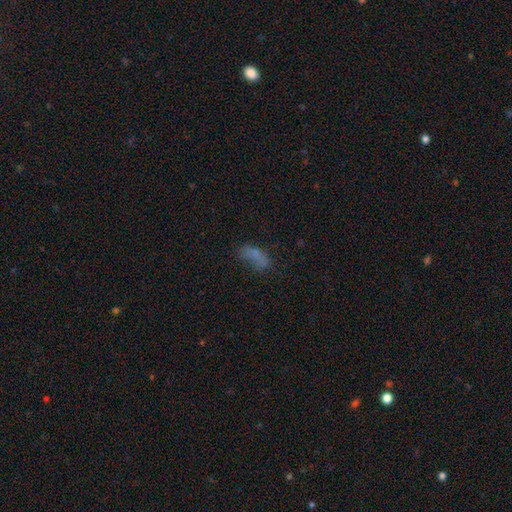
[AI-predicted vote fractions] Smooth or featured?
  - smooth: 63% *
  - featured or disk: 20%
  - star or artifact: 17%
How rounded?
  - in between: 78% *
  - cigar-shaped: 17%
  - round: 5%
Merging?
  - none: 41% *
  - major disturbance: 25%
  - minor disturbance: 25%
  - merger: 9%